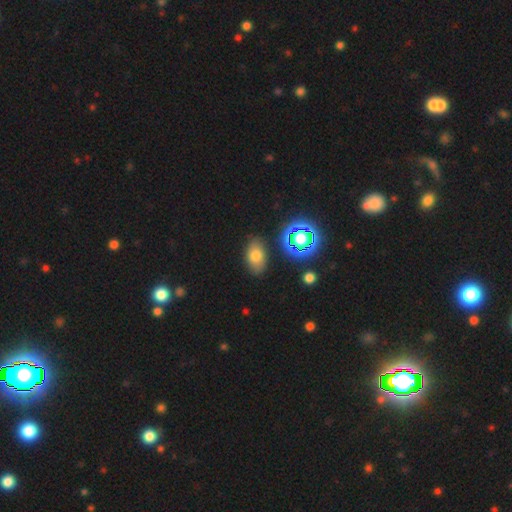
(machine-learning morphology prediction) Smooth or featured?
  - smooth: 71% *
  - star or artifact: 16%
  - featured or disk: 13%
How rounded?
  - in between: 87% *
  - round: 11%
  - cigar-shaped: 2%
Merging?
  - none: 83% *
  - minor disturbance: 11%
  - major disturbance: 3%
  - merger: 3%